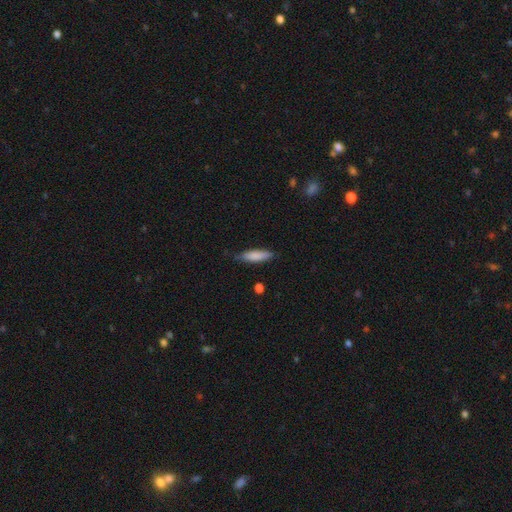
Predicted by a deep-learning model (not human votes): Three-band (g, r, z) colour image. It shows a smooth galaxy with no disk features (84%) that is cigar-shaped (62%). Merging: none (79%).